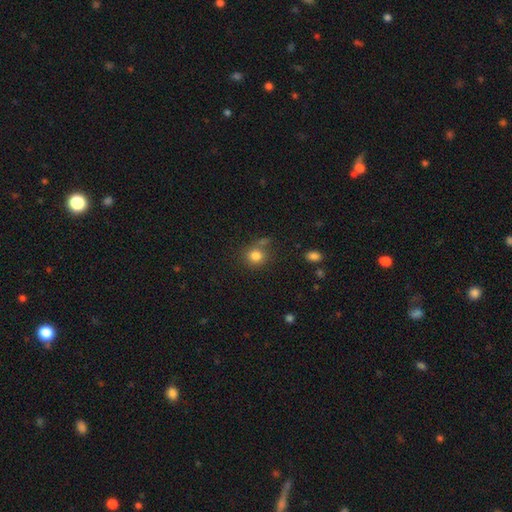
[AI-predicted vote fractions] smooth_or_featured: smooth (p=0.82) [alt: star or artifact p=0.12]
how_rounded: round (p=0.82) [alt: in between p=0.17]
merging: none (p=0.67) [alt: minor disturbance p=0.15]